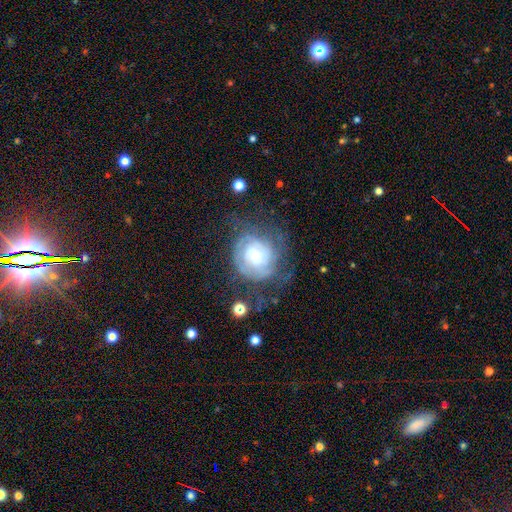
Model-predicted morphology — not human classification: The model was most divided on "bulge size": small: 48%, moderate: 29%, large: 13%, none: 6%, dominant: 3%. Remaining: edge-on disk — no (98%); spiral arms — yes (88%); smooth or featured — featured or disk (73%); bar — no (70%); spiral winding — tight (67%); merging — none (56%); spiral arm count — can't tell (45%).